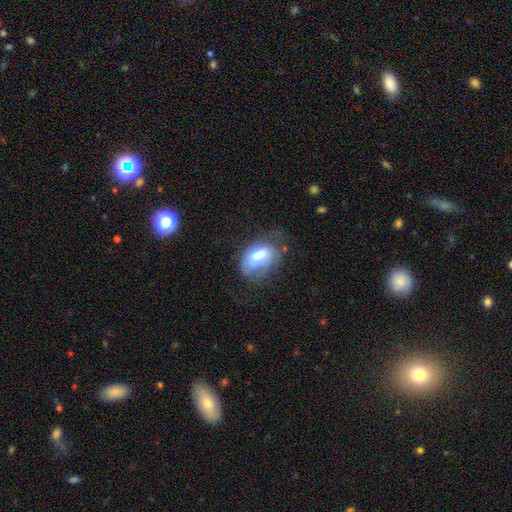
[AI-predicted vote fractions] Overall: smooth (63%; featured or disk 29%). How rounded: in between (86%). Merging: none (37%; minor disturbance 33%).